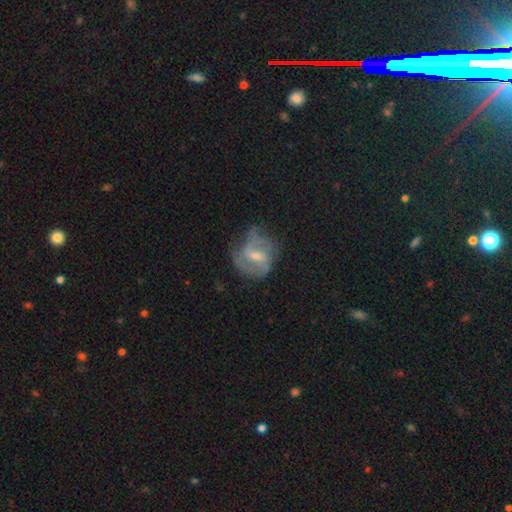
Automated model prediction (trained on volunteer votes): Smooth or featured? featured or disk (70%)
Edge-on disk? no (97%)
Bar? weak (55%)
Spiral arms? yes (79%)
Spiral winding? medium (45%)
Spiral arm count? 2 (49%)
Bulge size? moderate (47%)
Merging? none (49%)